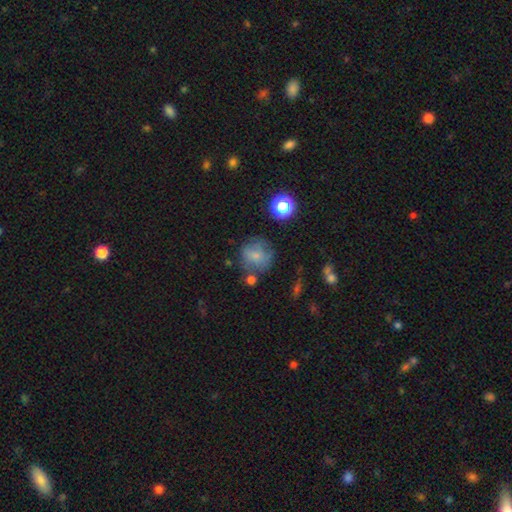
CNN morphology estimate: Q: Smooth or featured?
A: smooth (65%); runner-up: featured or disk (21%)
Q: How rounded?
A: round (86%); runner-up: in between (13%)
Q: Merging?
A: none (57%); runner-up: minor disturbance (22%)